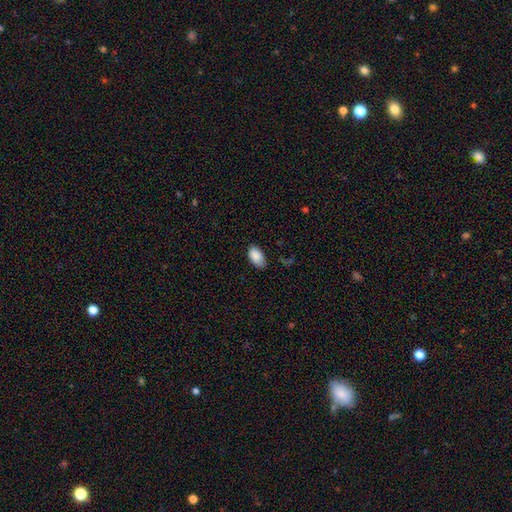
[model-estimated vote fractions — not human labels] Smooth or featured? smooth (88%)
How rounded? in between (94%)
Merging? none (71%)